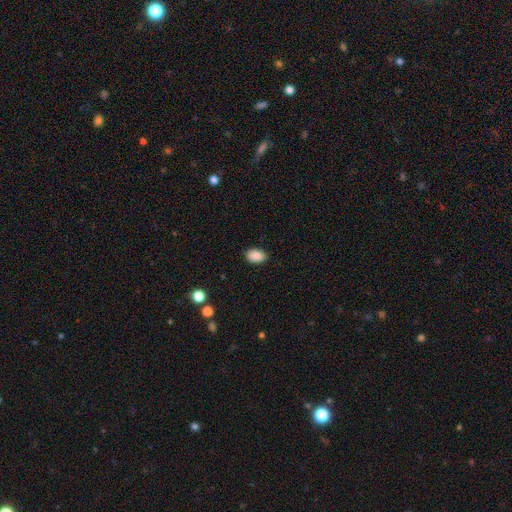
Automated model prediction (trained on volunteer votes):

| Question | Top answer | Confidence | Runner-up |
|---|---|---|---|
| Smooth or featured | smooth | 89% | star or artifact (8%) |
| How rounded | in between | 87% | round (12%) |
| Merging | none | 88% | minor disturbance (9%) |